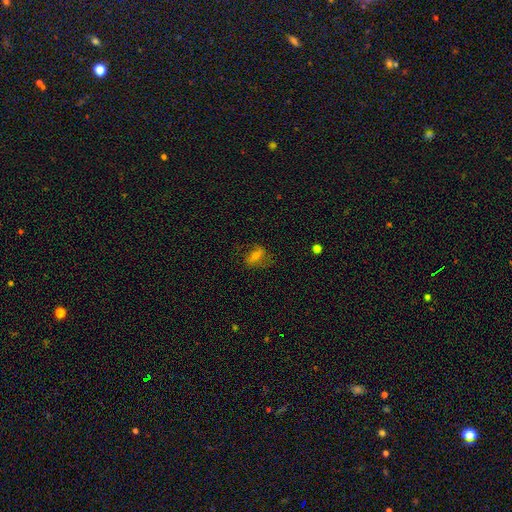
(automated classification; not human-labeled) This appears to be a smooth galaxy with no disk features (42%). Merging: none (66%).